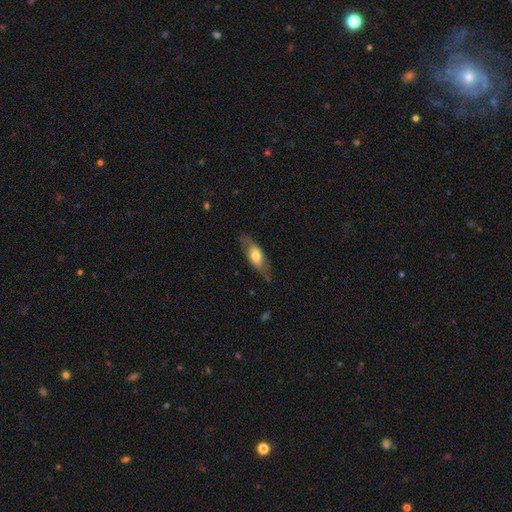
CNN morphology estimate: smooth 49%, featured or disk 44%, star or artifact 6%. Down the decision tree: merging — none (71%).